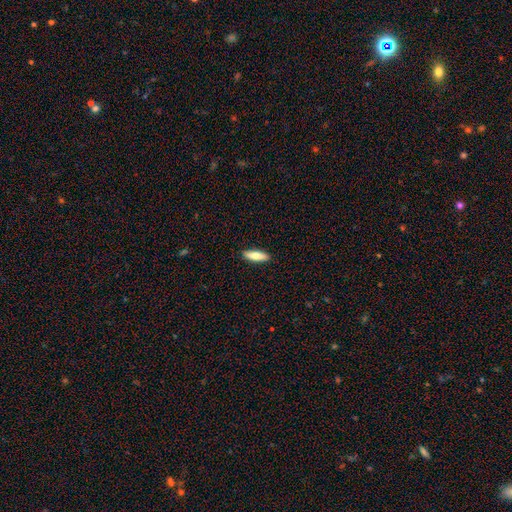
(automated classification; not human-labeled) Smooth or featured: smooth — 77% (featured or disk — 17%)
How rounded: cigar-shaped — 58% (in between — 40%)
Merging: none — 90% (minor disturbance — 7%)